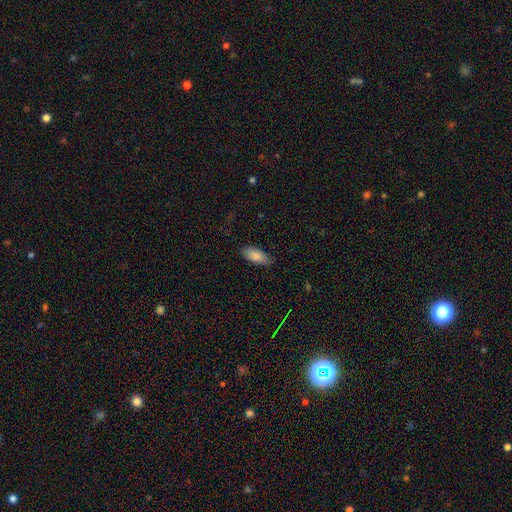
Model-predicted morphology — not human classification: Overall: smooth (86%). How rounded: in between (86%). Merging: none (80%).